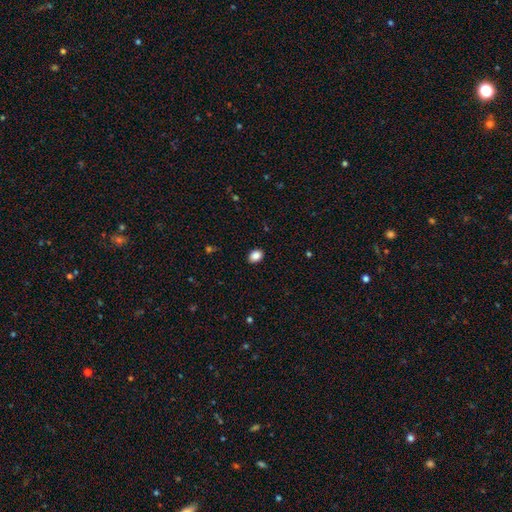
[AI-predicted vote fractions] Q: Smooth or featured?
A: smooth (88%); runner-up: star or artifact (9%)
Q: How rounded?
A: in between (72%); runner-up: round (27%)
Q: Merging?
A: none (89%); runner-up: minor disturbance (8%)